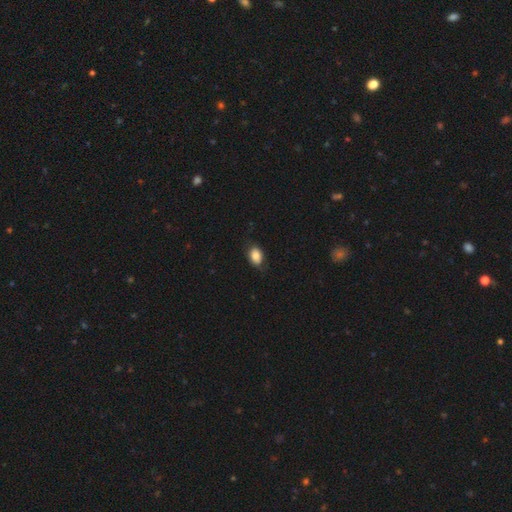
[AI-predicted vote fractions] Smooth or featured? smooth (84%)
How rounded? in between (78%)
Merging? none (75%)